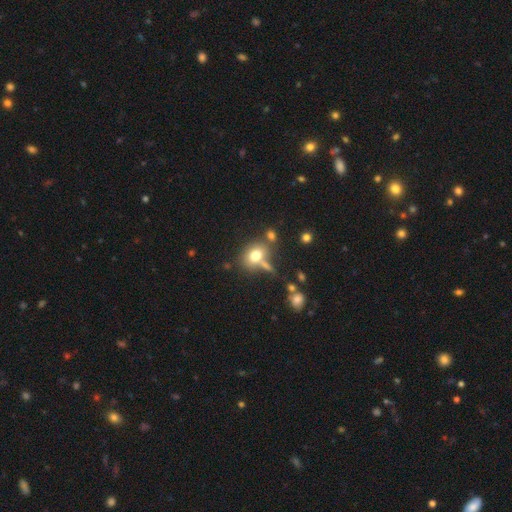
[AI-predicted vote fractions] Smooth or featured: smooth — 75% (featured or disk — 14%)
How rounded: in between — 63% (round — 35%)
Merging: none — 56% (merger — 22%)